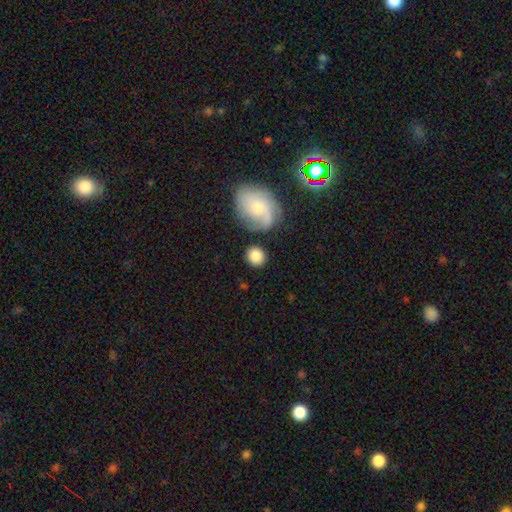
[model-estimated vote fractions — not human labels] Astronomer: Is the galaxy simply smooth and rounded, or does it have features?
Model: smooth — 82%.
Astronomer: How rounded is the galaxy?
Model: round — 81%.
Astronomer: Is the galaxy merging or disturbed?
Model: none — 78%.